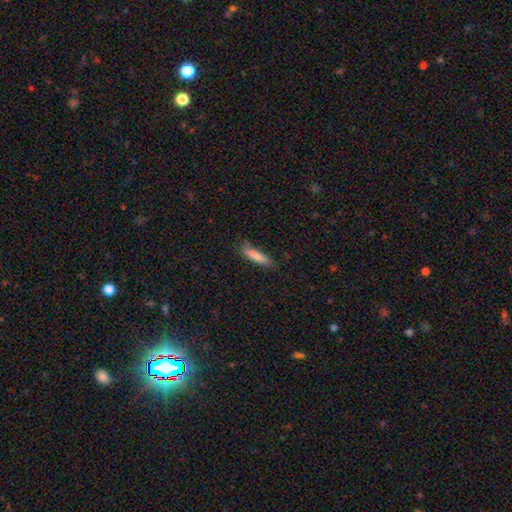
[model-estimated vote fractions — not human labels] smooth 83%, featured or disk 10%, star or artifact 7%. Down the decision tree: how rounded — cigar-shaped (74%); merging — none (73%).